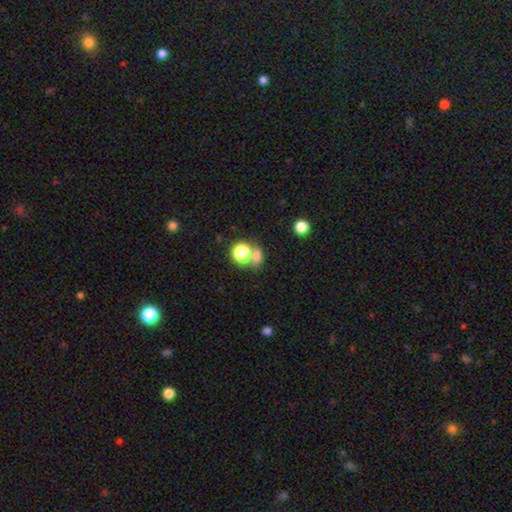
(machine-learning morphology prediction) Q: Smooth or featured?
A: smooth (72%); runner-up: star or artifact (19%)
Q: How rounded?
A: round (53%); runner-up: in between (45%)
Q: Merging?
A: none (47%); runner-up: merger (38%)